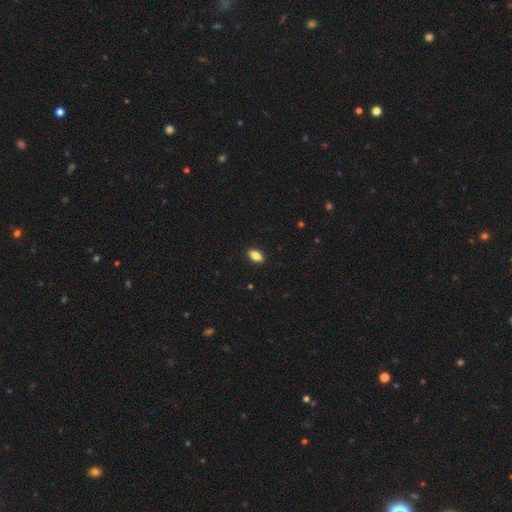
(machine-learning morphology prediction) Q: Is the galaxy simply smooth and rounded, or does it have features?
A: smooth — 84%.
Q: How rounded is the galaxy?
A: in between — 89%.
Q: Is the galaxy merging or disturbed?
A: none — 89%.